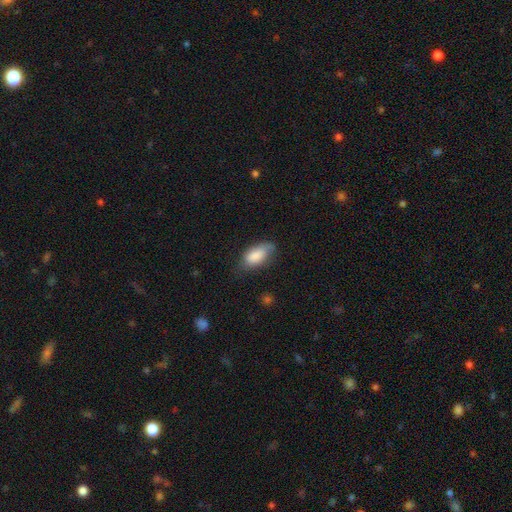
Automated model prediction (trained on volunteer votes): smooth_or_featured: smooth (p=0.84) [alt: featured or disk p=0.09]
how_rounded: in between (p=0.91) [alt: cigar-shaped p=0.06]
merging: none (p=0.56) [alt: minor disturbance p=0.33]